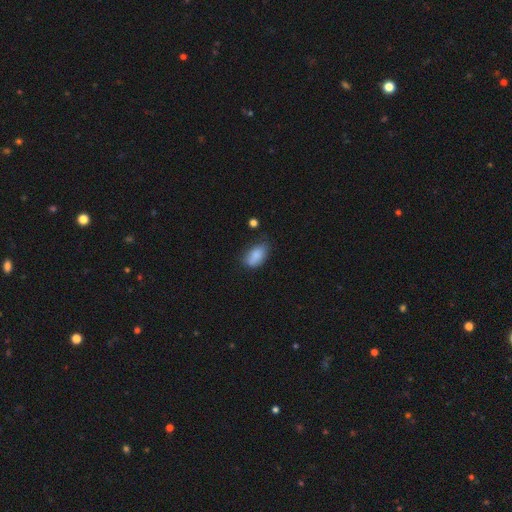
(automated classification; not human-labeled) Smooth or featured? smooth (84%)
How rounded? in between (91%)
Merging? none (61%)